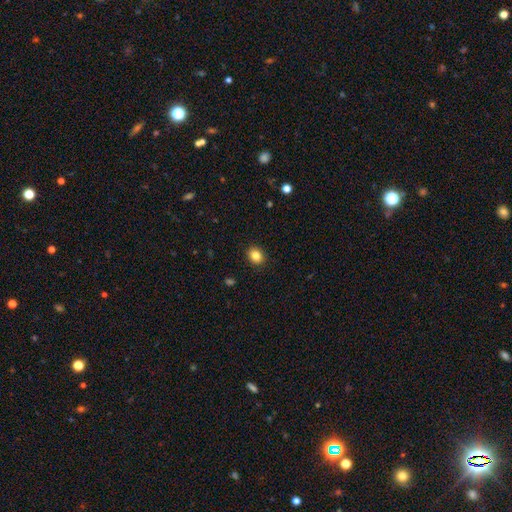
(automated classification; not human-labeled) Smooth or featured? smooth (84%)
How rounded? round (61%)
Merging? none (91%)